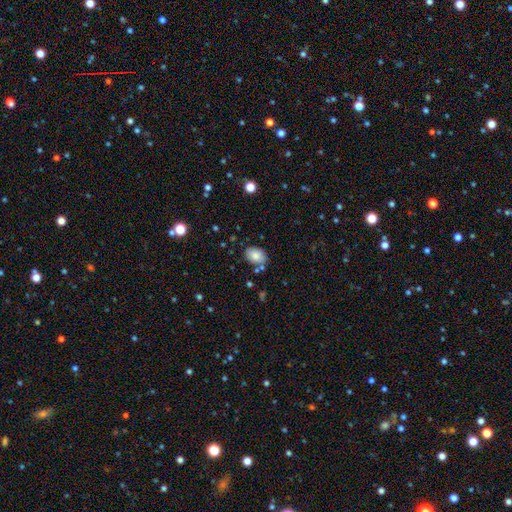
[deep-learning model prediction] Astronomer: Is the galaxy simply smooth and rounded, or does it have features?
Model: smooth — 82%.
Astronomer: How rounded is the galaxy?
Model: in between — 78%.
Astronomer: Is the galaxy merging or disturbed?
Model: none — 75%.